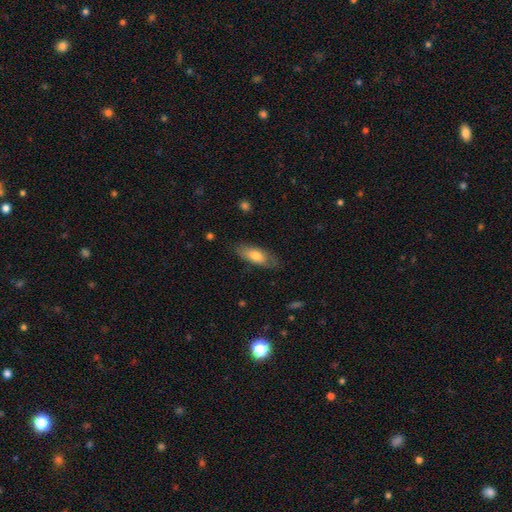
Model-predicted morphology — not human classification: type=smooth (69%); roundness=in between (73%); merging=none (79%).